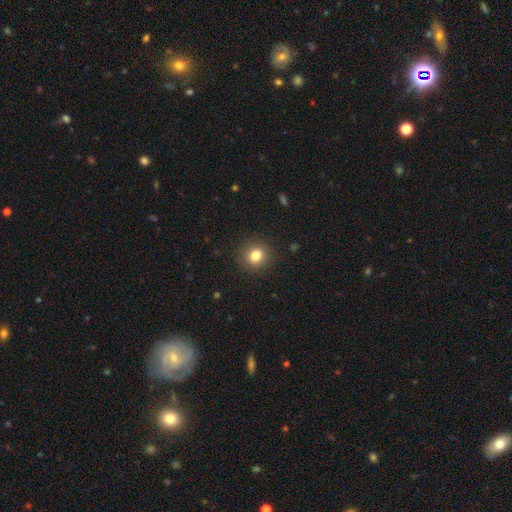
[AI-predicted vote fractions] A smooth galaxy with no disk features (81%) that is round (89%).

Vote fractions:
- Smooth or featured? smooth: 81% / star or artifact: 12% / featured or disk: 7%
- How rounded? round: 89% / in between: 10% / cigar-shaped: 1%
- Merging? none: 90% / minor disturbance: 6% / major disturbance: 2% / merger: 1%